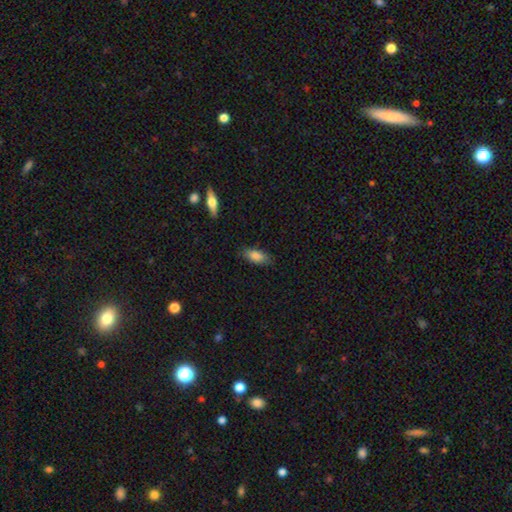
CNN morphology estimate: Overall: smooth (85%). How rounded: in between (85%). Merging: none (80%).